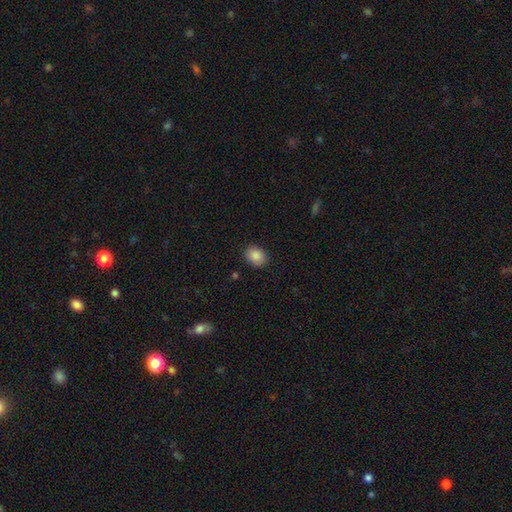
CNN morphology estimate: type=smooth (88%); roundness=in between (61%); merging=none (88%).